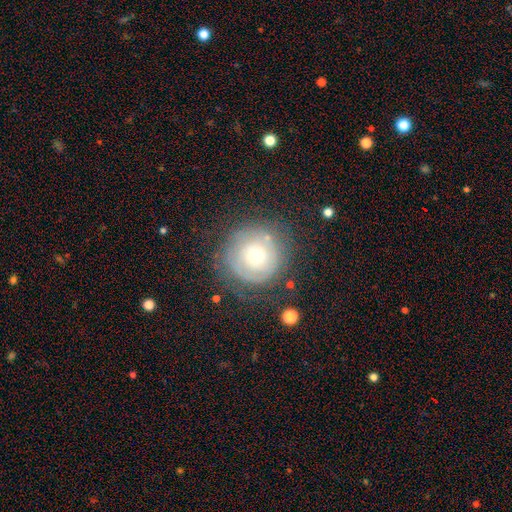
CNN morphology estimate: Smooth or featured? featured or disk (51%)
Edge-on disk? no (97%)
Merging? none (72%)